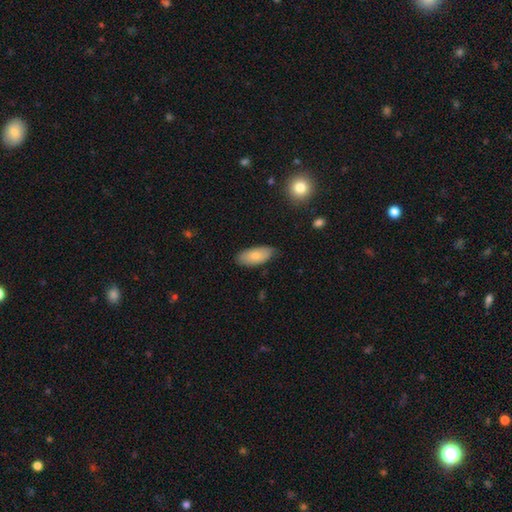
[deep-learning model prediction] Smooth or featured? Predicted: smooth (p=0.80). How rounded? Predicted: in between (p=0.89). Merging? Predicted: none (p=0.81).